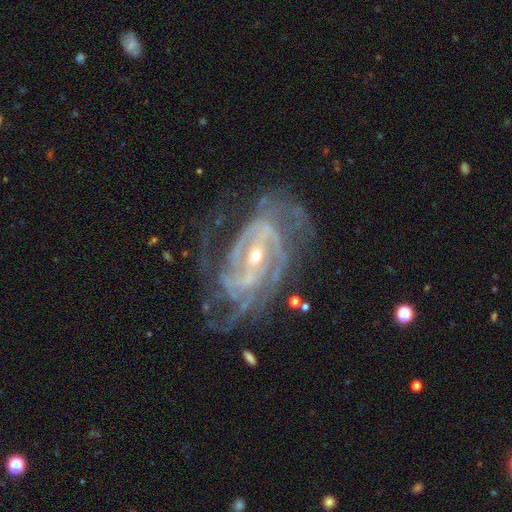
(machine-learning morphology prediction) smooth-or-featured: featured or disk: 91% | star or artifact: 6% | smooth: 4%
  disk-edge-on: no: 96% | yes: 4%
    bar: strong: 39% | weak: 36% | no: 25%
    has-spiral-arms: yes: 96% | no: 4%
      spiral-winding: tight: 49% | medium: 40% | loose: 11%
      spiral-arm-count: 2: 27% | 3: 23% | can't tell: 21% | 4: 15% | more than 4: 7% | 1: 6%
    bulge-size: small: 67% | moderate: 30% | large: 2% | none: 1% | dominant: 1%
  merging: none: 52% | major disturbance: 25% | minor disturbance: 21% | merger: 3%